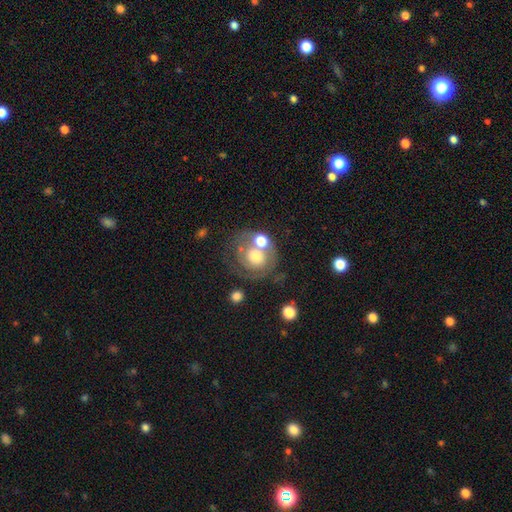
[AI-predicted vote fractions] Smooth or featured: featured or disk — 53% (smooth — 38%)
Edge-on disk: no — 97% (yes — 3%)
Bar: no — 86% (weak — 11%)
Spiral arms: yes — 56% (no — 44%)
Bulge size: moderate — 52% (large — 21%)
Merging: none — 50% (merger — 19%)